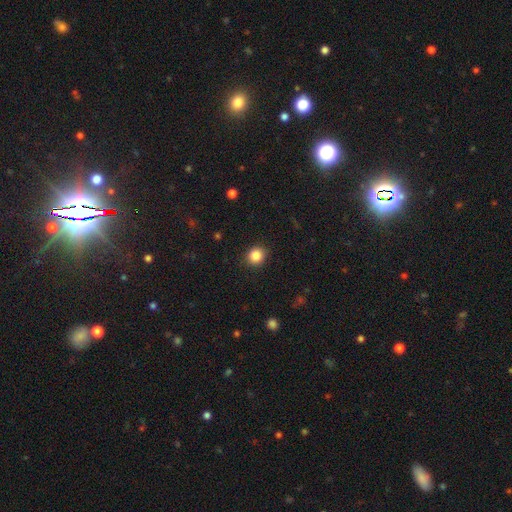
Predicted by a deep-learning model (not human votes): Smooth or featured?
  - smooth: 85% *
  - star or artifact: 11%
  - featured or disk: 4%
How rounded?
  - round: 86% *
  - in between: 13%
  - cigar-shaped: 1%
Merging?
  - none: 90% *
  - minor disturbance: 7%
  - major disturbance: 2%
  - merger: 1%